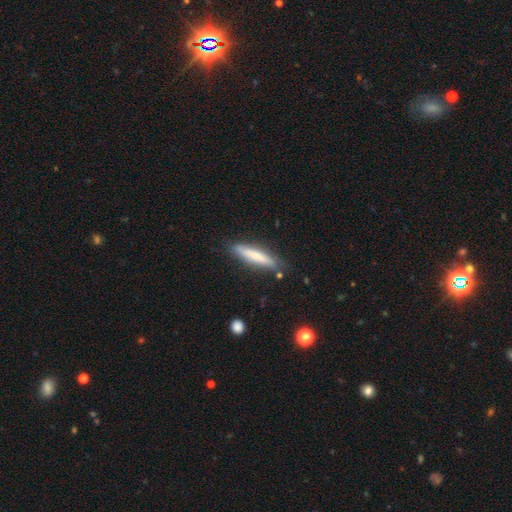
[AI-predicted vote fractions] smooth 63%, featured or disk 31%, star or artifact 6%. Down the decision tree: how rounded — cigar-shaped (85%); merging — none (80%).